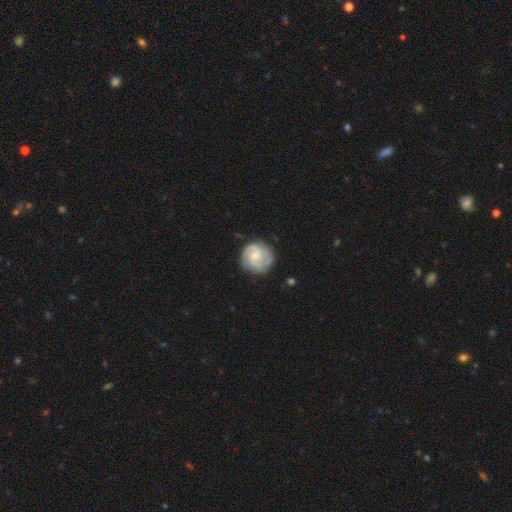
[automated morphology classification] A featured or disk galaxy (79%) with no bar (56%), 2 (67%) tight (51%) spiral arms (96%) and a small central bulge (52%). Merging: none (81%).